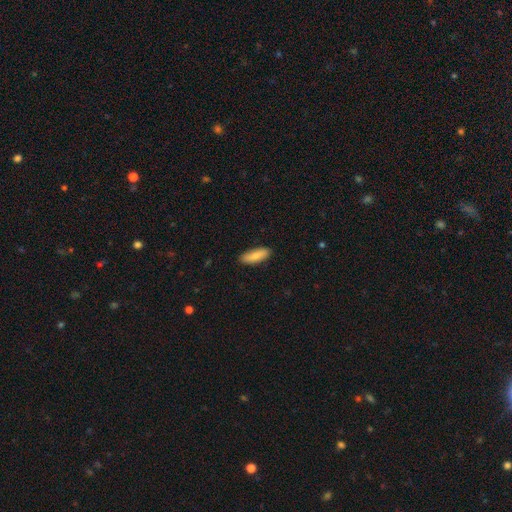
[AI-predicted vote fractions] This is clearly a smooth galaxy (83%). How rounded: likely in between (61%). Merging: clearly none (88%).